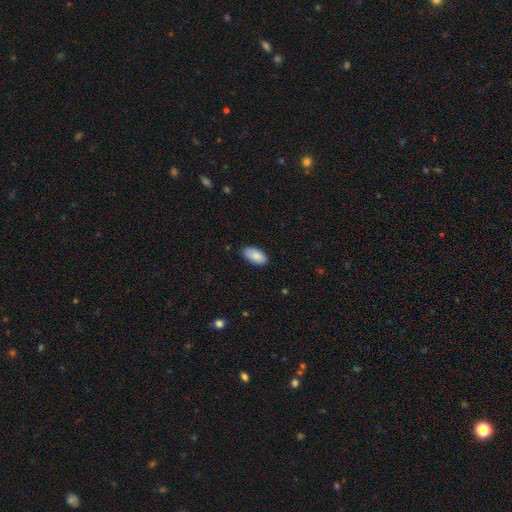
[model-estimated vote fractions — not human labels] This appears to be a smooth galaxy with no disk features (87%) that is in between round and cigar-shaped (95%). Merging: none (84%).